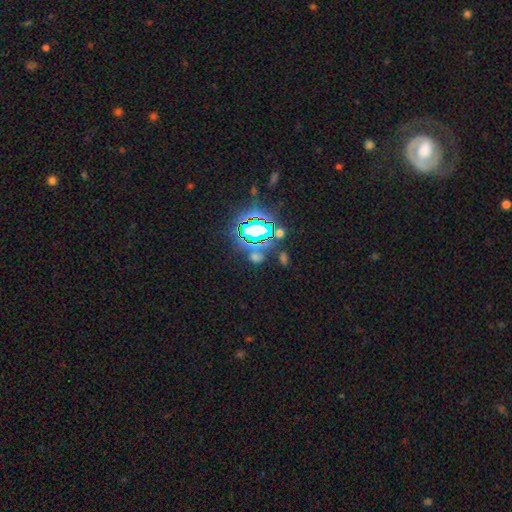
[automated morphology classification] The model was most divided on "smooth or featured": star or artifact: 61%, smooth: 29%, featured or disk: 10%.